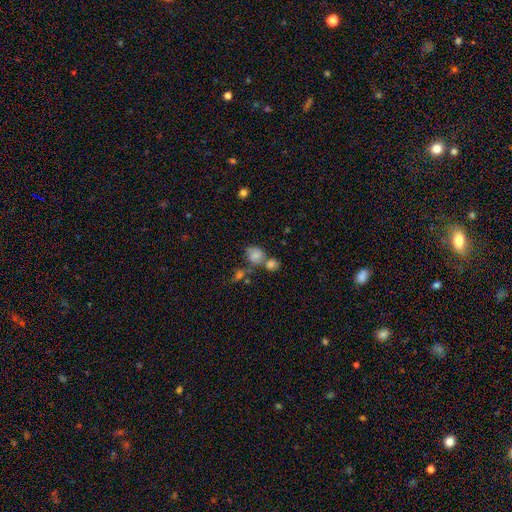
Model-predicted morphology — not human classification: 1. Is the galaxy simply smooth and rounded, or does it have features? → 77% smooth, 12% featured or disk, 10% star or artifact.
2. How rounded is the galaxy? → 58% round, 40% in between, 1% cigar-shaped.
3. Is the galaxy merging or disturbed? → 40% merger (tied), 40% none (tied), 14% minor disturbance, 6% major disturbance.